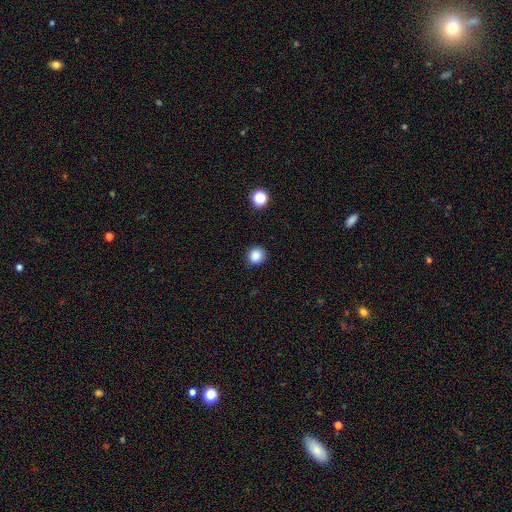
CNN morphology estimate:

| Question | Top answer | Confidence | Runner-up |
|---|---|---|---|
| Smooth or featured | smooth | 86% | star or artifact (11%) |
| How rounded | round | 87% | in between (12%) |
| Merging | none | 89% | minor disturbance (7%) |